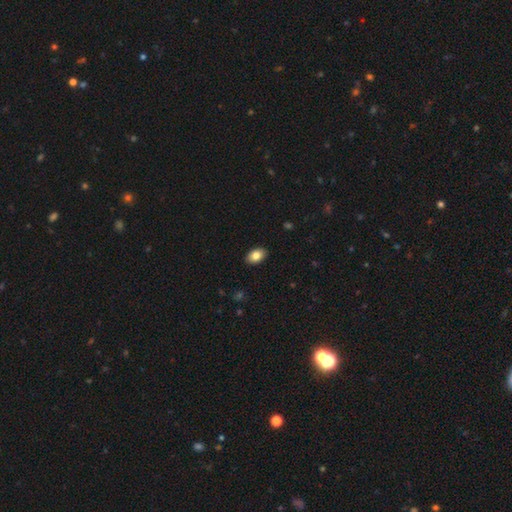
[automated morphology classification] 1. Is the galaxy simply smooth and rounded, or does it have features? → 83% smooth, 10% featured or disk, 8% star or artifact.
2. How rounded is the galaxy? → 89% in between, 10% round, 1% cigar-shaped.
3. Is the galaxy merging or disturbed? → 89% none, 8% minor disturbance, 2% major disturbance, 1% merger.